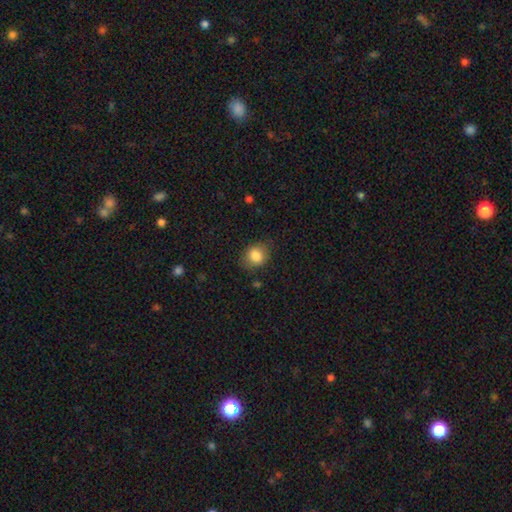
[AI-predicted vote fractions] The model was most divided on "how rounded": round: 64%, in between: 35%, cigar-shaped: 1%. More confident: smooth or featured — smooth (84%); merging — none (77%).